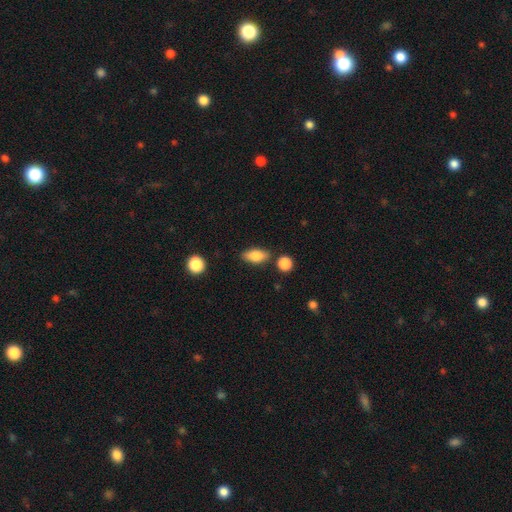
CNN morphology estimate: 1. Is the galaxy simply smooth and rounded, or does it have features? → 79% smooth, 14% featured or disk, 7% star or artifact.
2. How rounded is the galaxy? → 84% in between, 11% cigar-shaped, 5% round.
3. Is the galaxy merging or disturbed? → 80% none, 12% minor disturbance, 5% merger, 3% major disturbance.